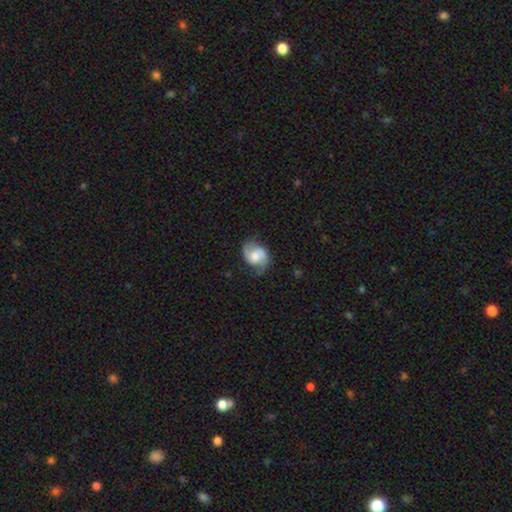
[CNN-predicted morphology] smooth_or_featured: featured or disk (p=0.72) [alt: smooth p=0.21]
disk_edge_on: no (p=0.97) [alt: yes p=0.03]
bar: no (p=0.49) [alt: weak p=0.41]
has_spiral_arms: yes (p=0.93) [alt: no p=0.07]
spiral_winding: medium (p=0.47) [alt: loose p=0.37]
spiral_arm_count: 2 (p=0.89) [alt: 1 p=0.04]
bulge_size: moderate (p=0.53) [alt: large p=0.21]
merging: none (p=0.70) [alt: minor disturbance p=0.21]